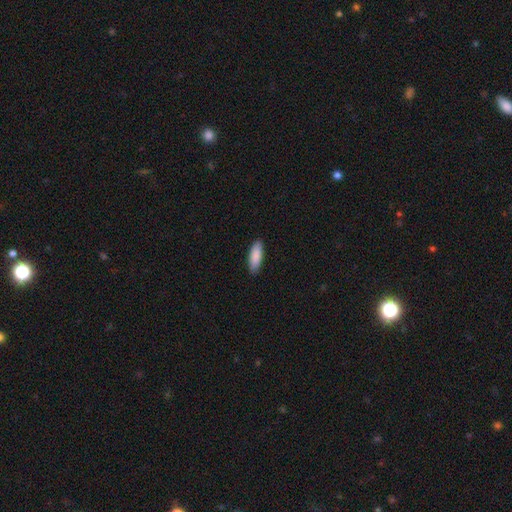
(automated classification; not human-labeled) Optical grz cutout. It shows a smooth galaxy with no disk features (89%) that is in between round and cigar-shaped (65%). Merging: none (88%).